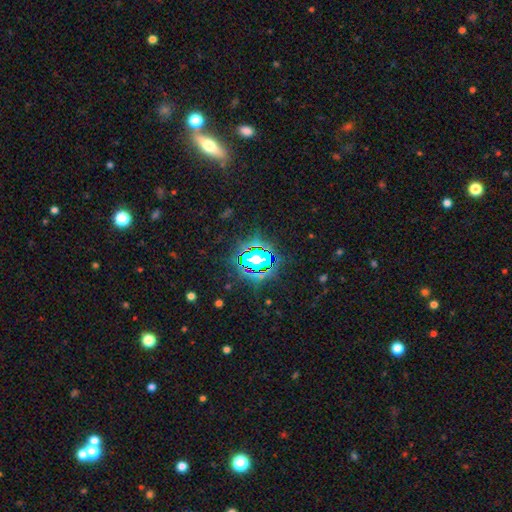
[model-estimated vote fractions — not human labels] Smooth or featured?
  - star or artifact: 71% *
  - smooth: 18%
  - featured or disk: 11%